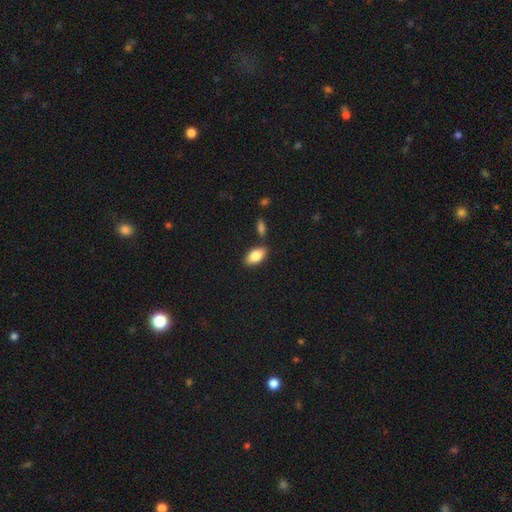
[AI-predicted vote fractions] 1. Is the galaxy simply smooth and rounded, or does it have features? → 83% smooth, 11% featured or disk, 6% star or artifact.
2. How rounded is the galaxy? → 91% in between, 5% cigar-shaped, 3% round.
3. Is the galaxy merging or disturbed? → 80% none, 10% minor disturbance, 7% merger, 2% major disturbance.